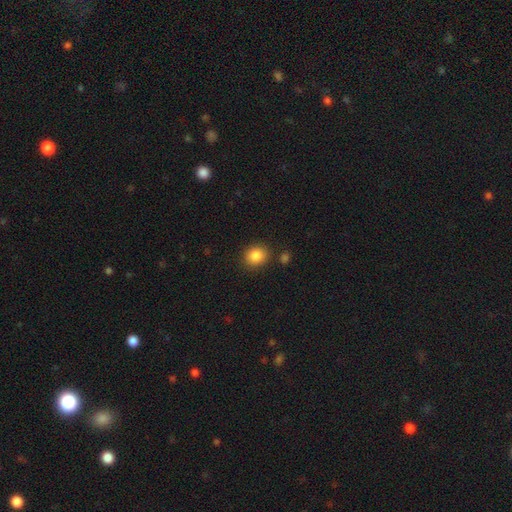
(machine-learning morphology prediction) A smooth galaxy with no disk features (86%) that is round (73%). Merging: none (85%).